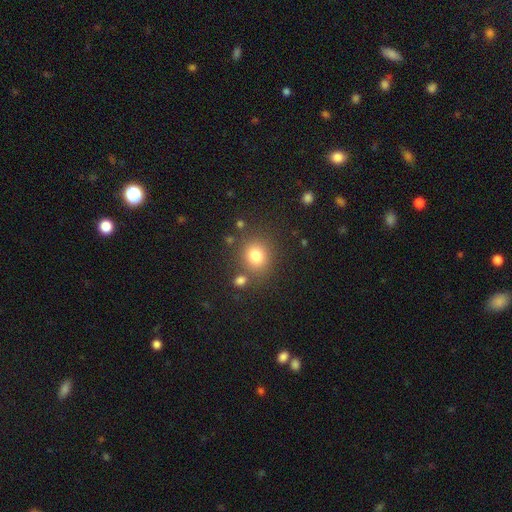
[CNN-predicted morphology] smooth 79%, star or artifact 13%, featured or disk 8%. Down the decision tree: how rounded — round (79%); merging — none (76%).